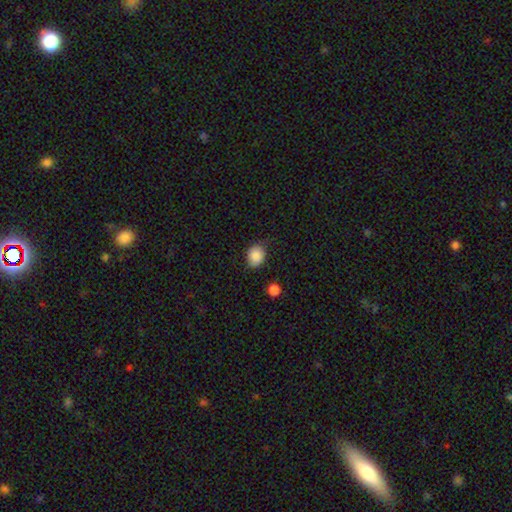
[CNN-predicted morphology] smooth_or_featured: smooth (p=0.86) [alt: star or artifact p=0.08]
how_rounded: round (p=0.51) [alt: in between p=0.48]
merging: none (p=0.67) [alt: minor disturbance p=0.25]